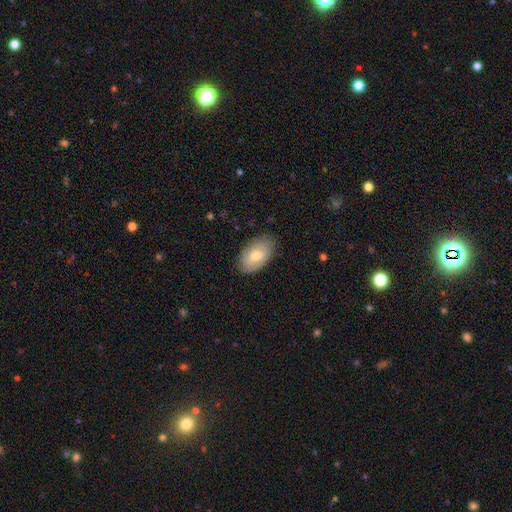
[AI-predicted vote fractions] smooth 69%, featured or disk 25%, star or artifact 6%. Down the decision tree: how rounded — in between (94%); merging — none (81%).